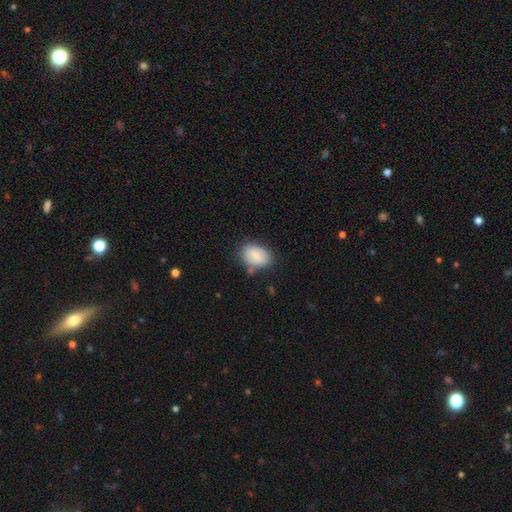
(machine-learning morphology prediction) Smooth or featured? smooth (72%)
How rounded? in between (75%)
Merging? none (68%)